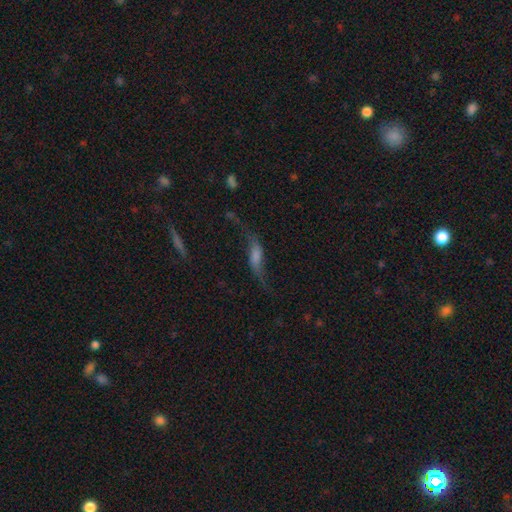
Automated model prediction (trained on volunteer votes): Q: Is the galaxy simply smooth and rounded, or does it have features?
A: featured or disk — 64%.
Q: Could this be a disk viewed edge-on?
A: no — 75%.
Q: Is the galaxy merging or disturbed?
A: none — 53%.